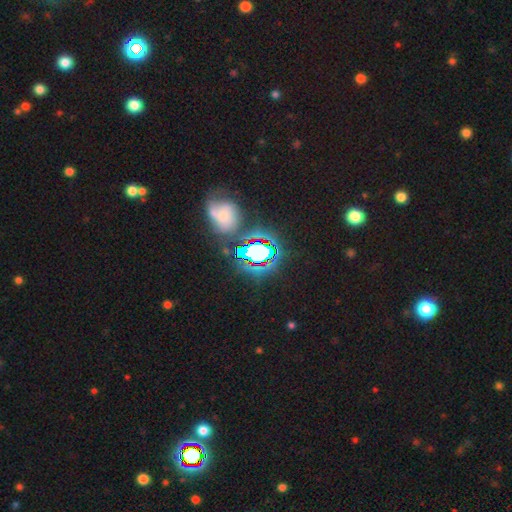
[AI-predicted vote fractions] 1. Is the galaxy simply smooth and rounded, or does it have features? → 69% star or artifact, 16% smooth, 15% featured or disk.